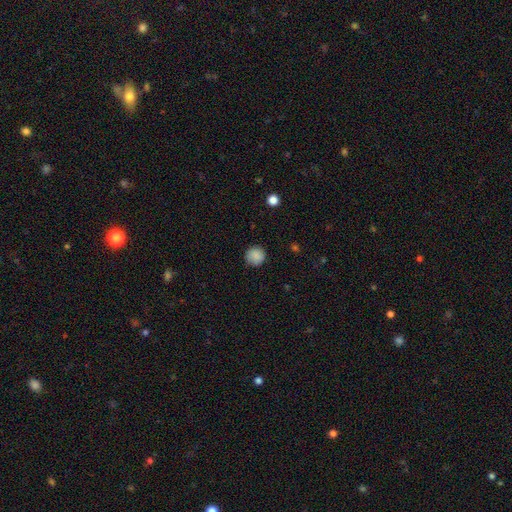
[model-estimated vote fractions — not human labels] Smooth or featured: smooth — 87% (star or artifact — 9%)
How rounded: round — 93% (in between — 6%)
Merging: none — 84% (minor disturbance — 12%)